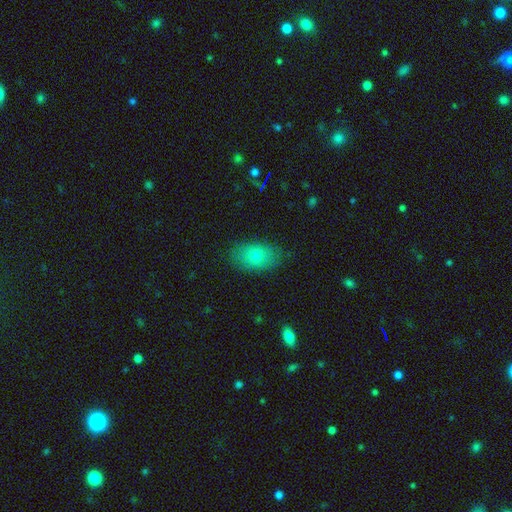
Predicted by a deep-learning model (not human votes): A smooth galaxy with no disk features (74%) that is in between round and cigar-shaped (87%).

Vote fractions:
- Smooth or featured? smooth: 74% / featured or disk: 16% / star or artifact: 9%
- How rounded? in between: 87% / round: 11% / cigar-shaped: 2%
- Merging? none: 82% / minor disturbance: 13% / major disturbance: 3% / merger: 1%